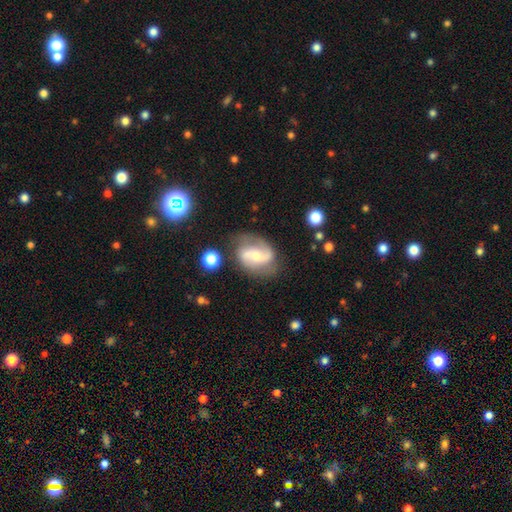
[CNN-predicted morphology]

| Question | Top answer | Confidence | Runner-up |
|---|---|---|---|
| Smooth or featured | featured or disk | 81% | smooth (13%) |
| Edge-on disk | no | 97% | yes (3%) |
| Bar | no | 39% | tied: weak (39%) |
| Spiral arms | yes | 94% | no (6%) |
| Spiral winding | medium | 45% | loose (39%) |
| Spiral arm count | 2 | 89% | can't tell (4%) |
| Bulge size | moderate | 52% | small (42%) |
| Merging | none | 68% | minor disturbance (20%) |